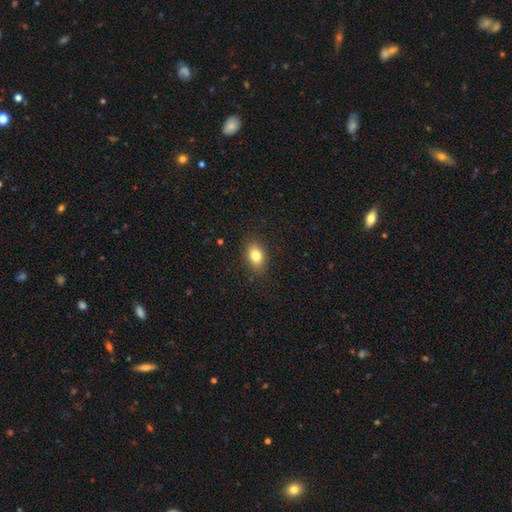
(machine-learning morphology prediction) type=smooth (80%); roundness=in between (78%); merging=none (86%).